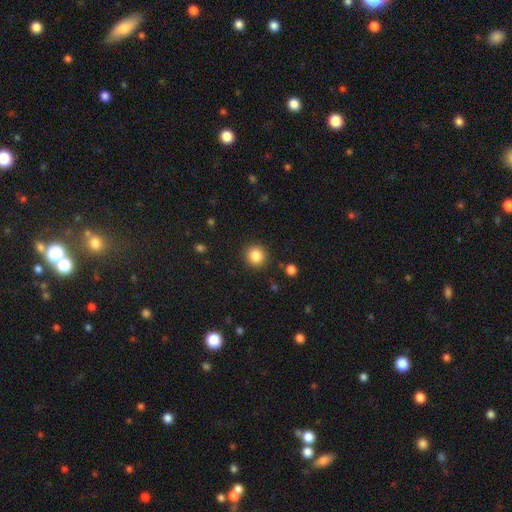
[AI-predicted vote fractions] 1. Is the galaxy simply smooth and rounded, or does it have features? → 85% smooth, 10% star or artifact, 5% featured or disk.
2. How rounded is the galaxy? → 92% round, 7% in between, 1% cigar-shaped.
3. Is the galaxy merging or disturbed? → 90% none, 6% minor disturbance, 2% major disturbance, 2% merger.